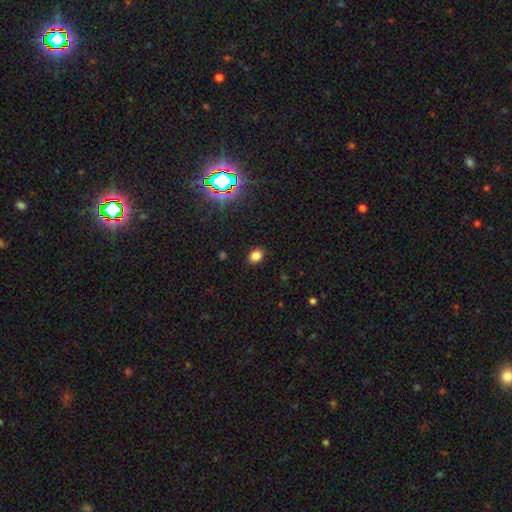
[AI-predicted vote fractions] This is clearly a smooth galaxy (81%). How rounded: likely in between (65%). Merging: clearly none (88%).